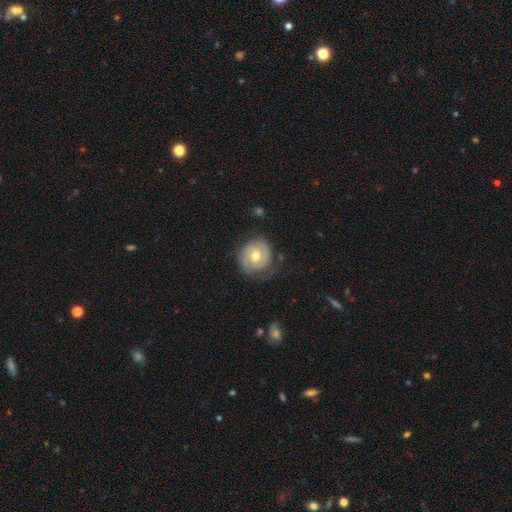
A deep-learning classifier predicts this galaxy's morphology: This is likely a featured or disk galaxy (74%). It is clearly not viewed edge-on (97%). Bar: possibly no (54%). Spiral arm pattern: clearly yes (89%). Spiral arm count: likely 2 (67%). Spiral winding: likely tight (64%). Central bulge: likely moderate (76%). Merging: likely none (68%).